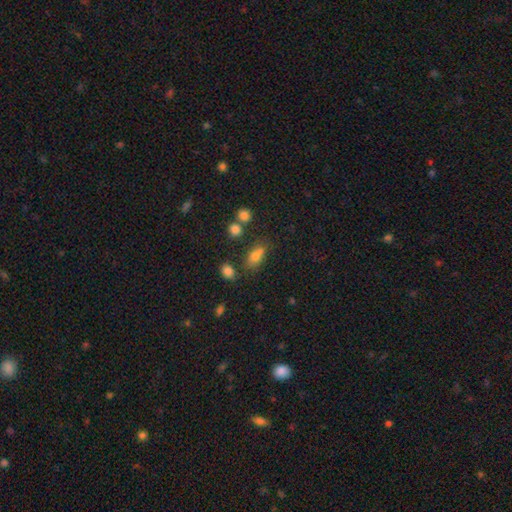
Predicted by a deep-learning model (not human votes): Smooth or featured?
  - smooth: 73% *
  - star or artifact: 15%
  - featured or disk: 12%
How rounded?
  - in between: 80% *
  - round: 14%
  - cigar-shaped: 6%
Merging?
  - none: 57% *
  - merger: 18%
  - minor disturbance: 18%
  - major disturbance: 7%